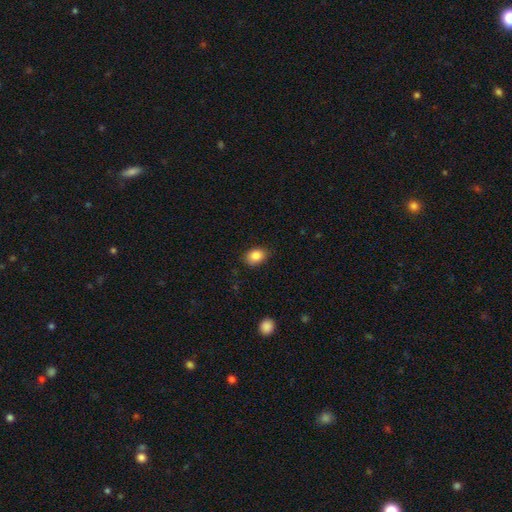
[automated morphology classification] A smooth galaxy with no disk features (87%) that is in between round and cigar-shaped (69%). Merging: none (83%).